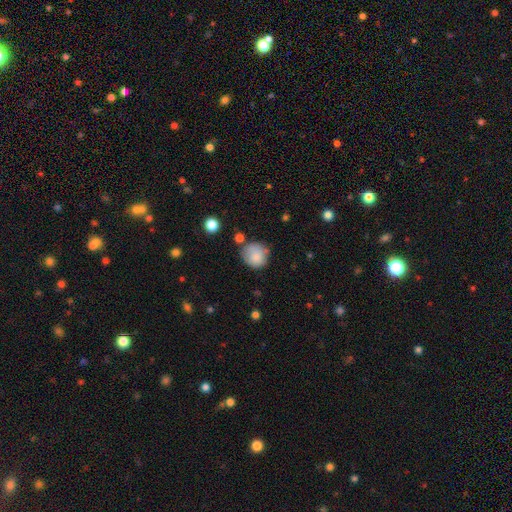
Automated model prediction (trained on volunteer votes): smooth 83%, featured or disk 9%, star or artifact 8%. Down the decision tree: how rounded — round (84%); merging — none (61%).